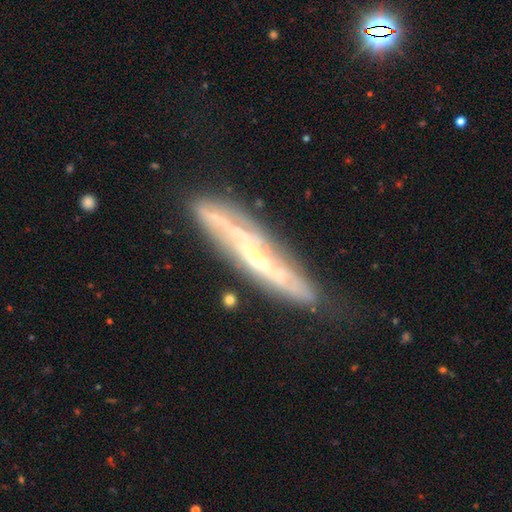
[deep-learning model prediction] A featured or disk galaxy (76%) viewed edge-on (66%). Merging: none (73%).